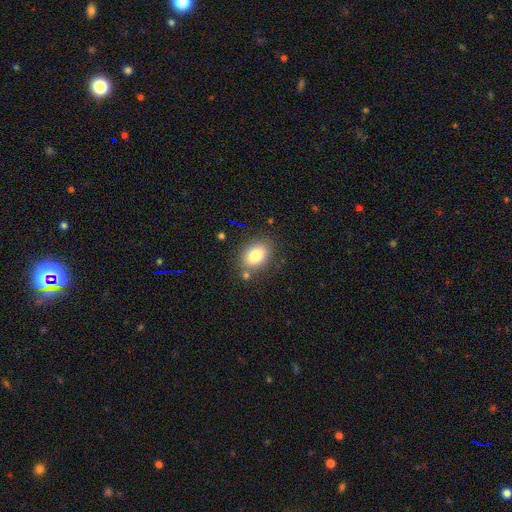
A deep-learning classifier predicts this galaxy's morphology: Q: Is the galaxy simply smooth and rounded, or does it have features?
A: smooth — 80%.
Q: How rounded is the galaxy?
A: in between — 77%.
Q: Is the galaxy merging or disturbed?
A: none — 77%.